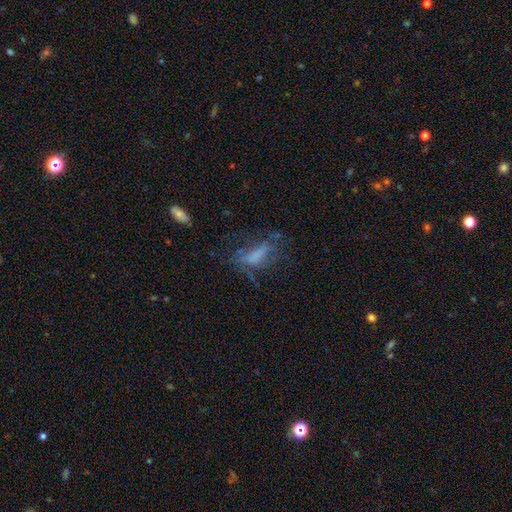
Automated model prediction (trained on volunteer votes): smooth 45%, featured or disk 38%, star or artifact 18%. Down the decision tree: merging — none (40%).